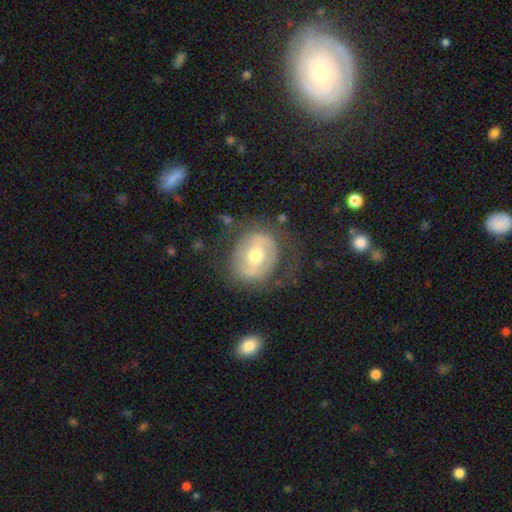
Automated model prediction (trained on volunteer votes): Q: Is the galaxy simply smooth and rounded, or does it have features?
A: featured or disk — 57%.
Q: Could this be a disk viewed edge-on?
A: no — 95%.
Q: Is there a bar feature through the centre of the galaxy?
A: weak — 37%.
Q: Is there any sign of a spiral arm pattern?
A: no — 64%.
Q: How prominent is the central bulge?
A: moderate — 73%.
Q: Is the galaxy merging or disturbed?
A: none — 65%.